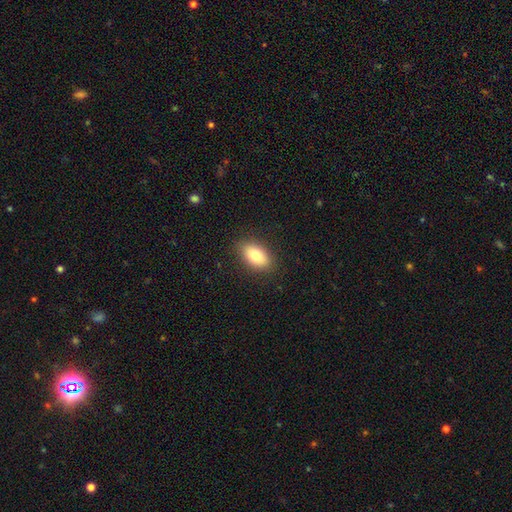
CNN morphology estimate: Smooth or featured? Predicted: smooth (p=0.80). How rounded? Predicted: in between (p=0.90). Merging? Predicted: none (p=0.87).